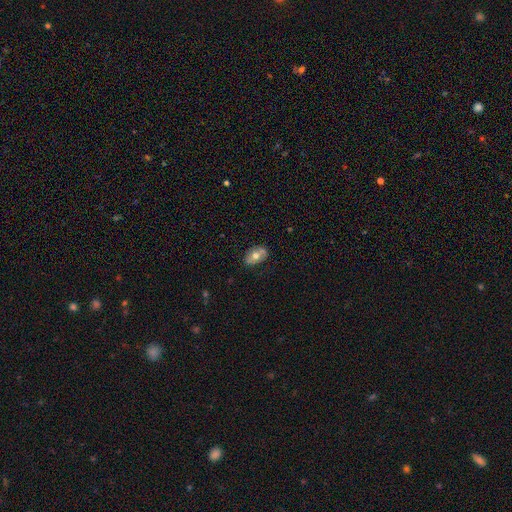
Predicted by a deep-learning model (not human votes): Smooth or featured? Predicted: smooth (p=0.56). How rounded? Predicted: in between (p=0.84). Merging? Predicted: none (p=0.76).